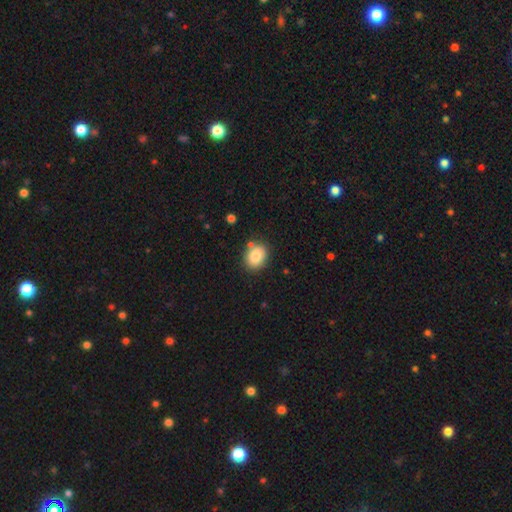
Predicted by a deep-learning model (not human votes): Q: Smooth or featured?
A: smooth (85%); runner-up: star or artifact (8%)
Q: How rounded?
A: in between (57%); runner-up: round (42%)
Q: Merging?
A: none (81%); runner-up: minor disturbance (11%)